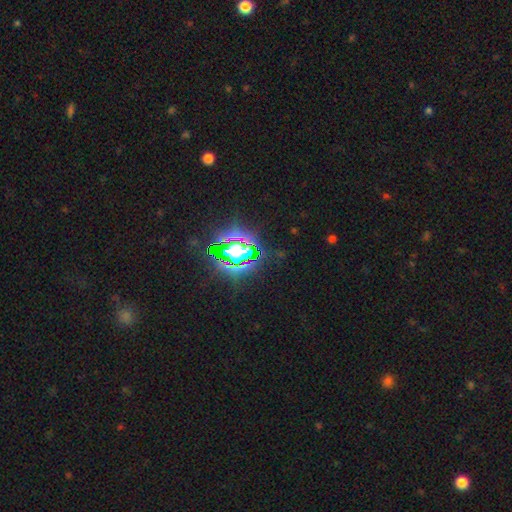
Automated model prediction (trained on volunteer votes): Smooth or featured? star or artifact (78%)